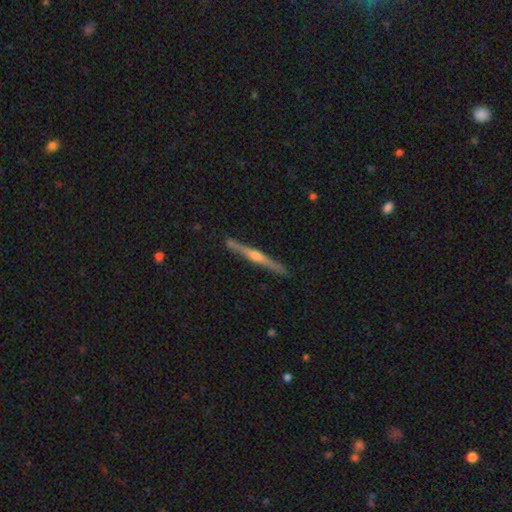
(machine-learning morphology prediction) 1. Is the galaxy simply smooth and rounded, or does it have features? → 81% featured or disk, 14% smooth, 5% star or artifact.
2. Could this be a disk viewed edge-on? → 98% yes, 2% no.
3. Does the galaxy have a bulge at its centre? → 85% rounded, 8% none, 6% boxy.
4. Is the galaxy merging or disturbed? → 91% none, 6% minor disturbance, 1% merger, 1% major disturbance.